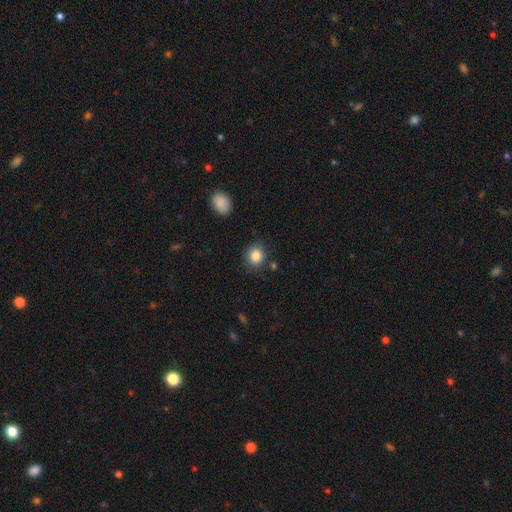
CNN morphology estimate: Smooth or featured?
  - smooth: 86% *
  - star or artifact: 9%
  - featured or disk: 5%
How rounded?
  - round: 78% *
  - in between: 21%
  - cigar-shaped: 1%
Merging?
  - none: 82% *
  - minor disturbance: 11%
  - major disturbance: 3%
  - merger: 3%